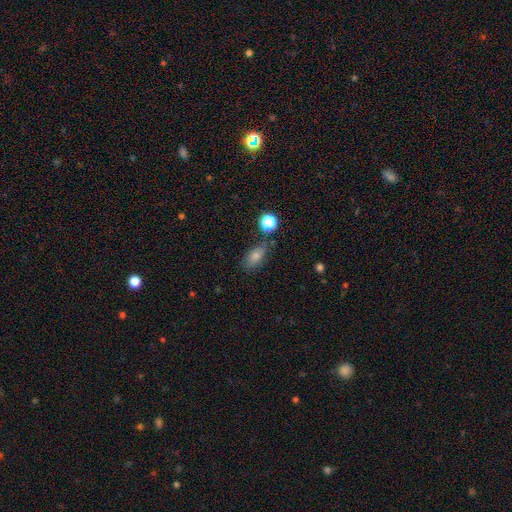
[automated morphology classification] type=smooth (67%); roundness=in between (79%); merging=none (72%).